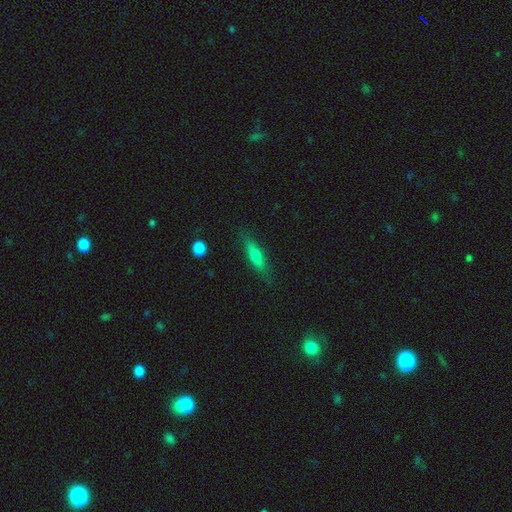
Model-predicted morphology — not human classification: Overall: smooth (51%; featured or disk 41%). How rounded: cigar-shaped (76%). Merging: none (84%).